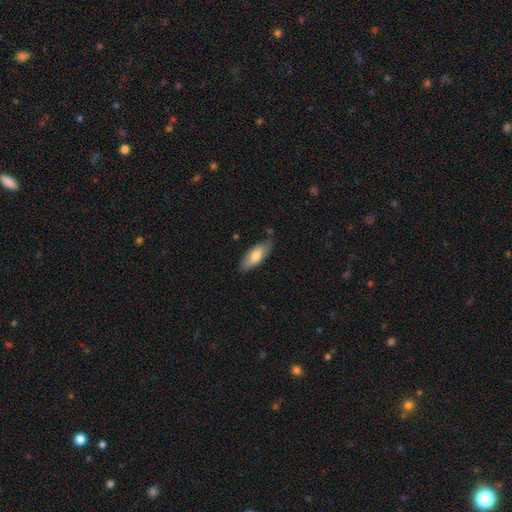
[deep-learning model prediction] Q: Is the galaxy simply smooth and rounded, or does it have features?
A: smooth — 71%.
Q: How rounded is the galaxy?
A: in between — 72%.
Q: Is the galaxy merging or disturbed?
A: none — 75%.